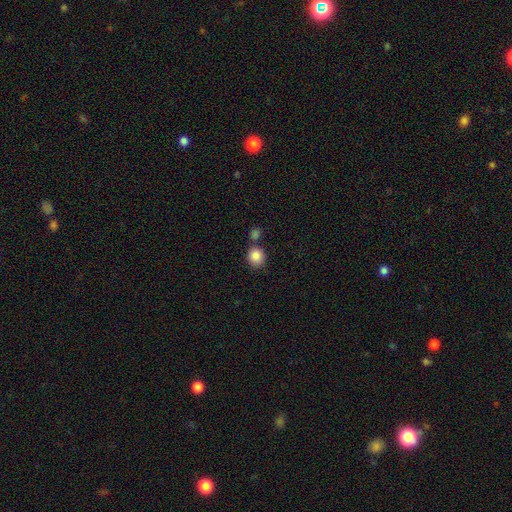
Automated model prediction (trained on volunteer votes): This appears to be a smooth galaxy with no disk features (87%) that is round (80%). Merging: none (66%).